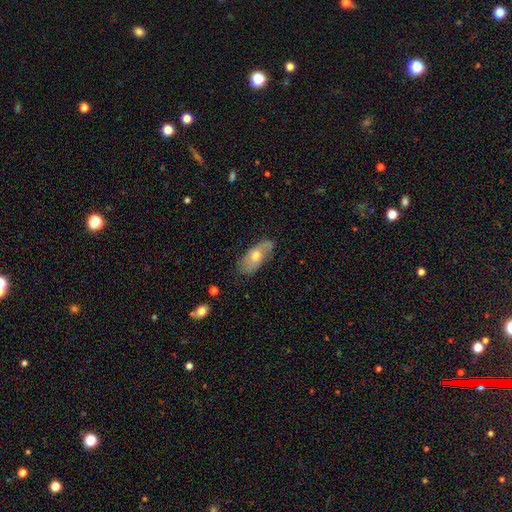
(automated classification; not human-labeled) This appears to be a smooth galaxy with no disk features (47%). Merging: none (71%).